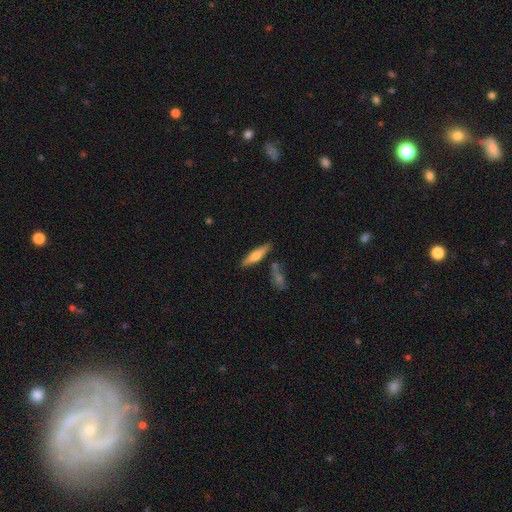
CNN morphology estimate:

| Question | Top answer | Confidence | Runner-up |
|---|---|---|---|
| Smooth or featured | smooth | 53% | featured or disk (40%) |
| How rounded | cigar-shaped | 76% | in between (22%) |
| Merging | none | 79% | minor disturbance (12%) |